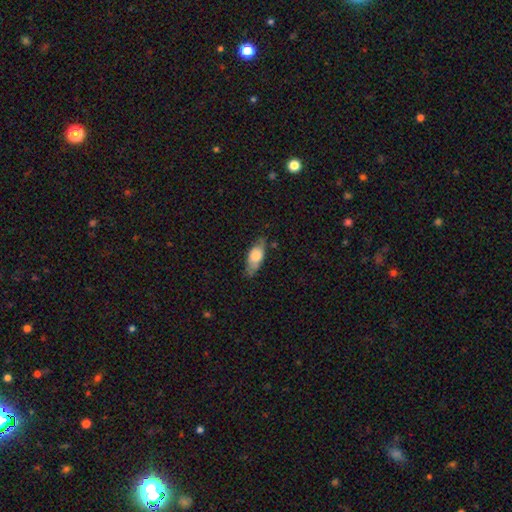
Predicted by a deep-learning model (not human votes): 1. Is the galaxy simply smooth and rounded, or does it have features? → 68% smooth, 25% featured or disk, 6% star or artifact.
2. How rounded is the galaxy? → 77% in between, 20% cigar-shaped, 3% round.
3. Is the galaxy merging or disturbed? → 71% none, 22% minor disturbance, 5% major disturbance, 2% merger.